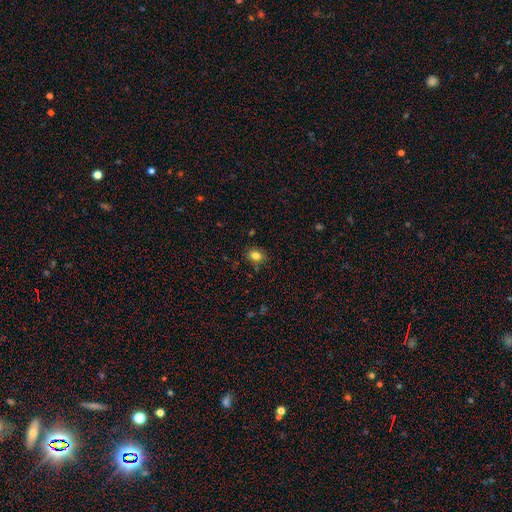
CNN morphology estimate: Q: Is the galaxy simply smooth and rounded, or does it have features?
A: smooth — 82%.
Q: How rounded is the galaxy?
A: in between — 63%.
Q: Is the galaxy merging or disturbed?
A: none — 81%.